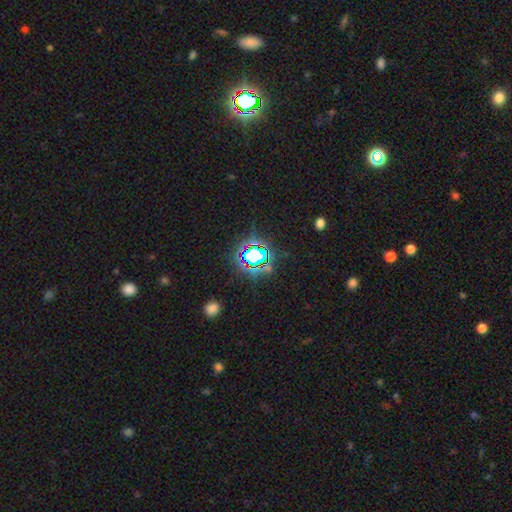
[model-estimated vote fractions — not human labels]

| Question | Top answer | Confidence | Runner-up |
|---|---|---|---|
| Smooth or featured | star or artifact | 73% | smooth (16%) |